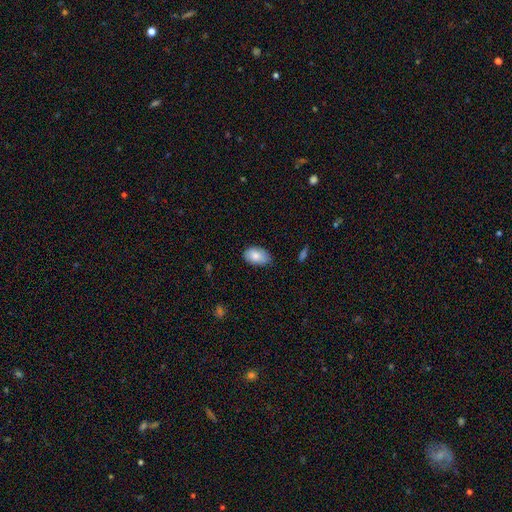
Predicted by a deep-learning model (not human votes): Smooth or featured?
  - smooth: 84% *
  - featured or disk: 9%
  - star or artifact: 7%
How rounded?
  - in between: 92% *
  - round: 6%
  - cigar-shaped: 1%
Merging?
  - none: 73% *
  - minor disturbance: 22%
  - major disturbance: 3%
  - merger: 1%